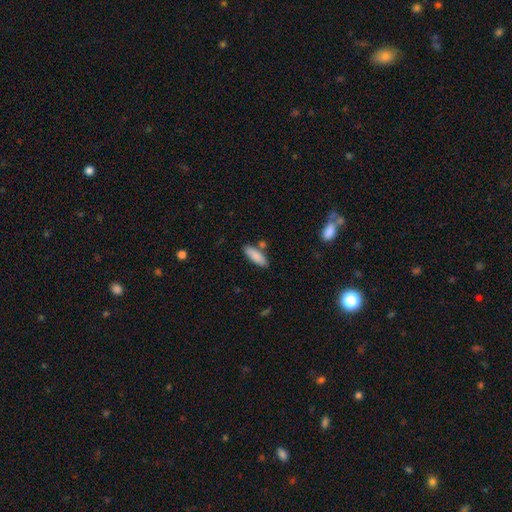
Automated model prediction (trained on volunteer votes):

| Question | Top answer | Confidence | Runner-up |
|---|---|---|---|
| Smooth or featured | smooth | 87% | featured or disk (7%) |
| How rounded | in between | 54% | cigar-shaped (44%) |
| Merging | none | 78% | minor disturbance (12%) |